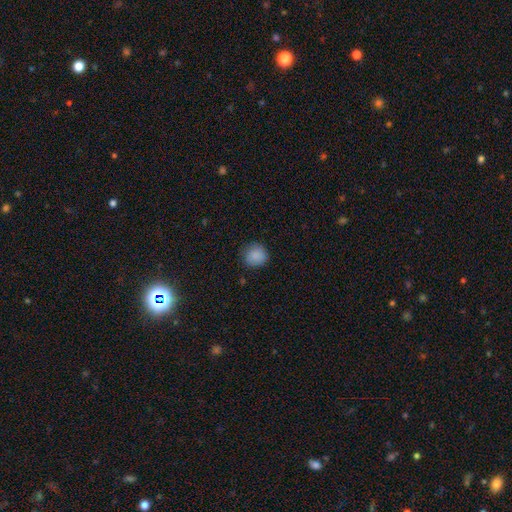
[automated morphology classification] This appears to be a smooth galaxy with no disk features (87%) that is round (89%). Merging: none (83%).